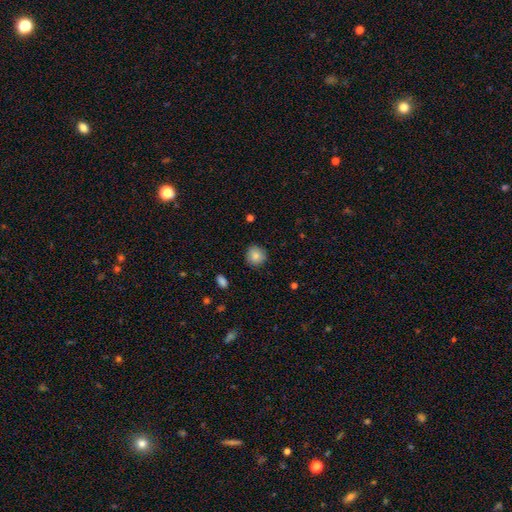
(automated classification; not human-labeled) The model was most divided on "smooth or featured": smooth: 84%, star or artifact: 9%, featured or disk: 7%. More confident: how rounded — round (91%); merging — none (88%).